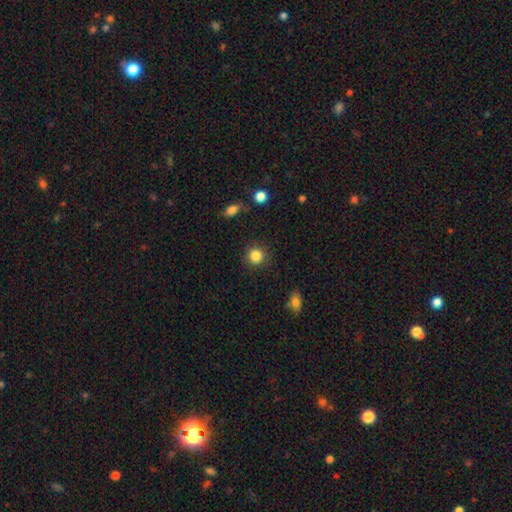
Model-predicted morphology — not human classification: A smooth galaxy with no disk features (85%) that is round (91%).

Vote fractions:
- Smooth or featured? smooth: 85% / star or artifact: 10% / featured or disk: 5%
- How rounded? round: 91% / in between: 8% / cigar-shaped: 1%
- Merging? none: 88% / minor disturbance: 7% / major disturbance: 3% / merger: 2%